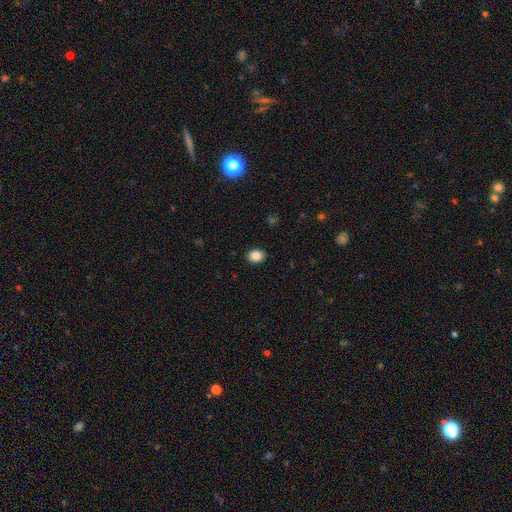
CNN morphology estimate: Smooth or featured? smooth (87%)
How rounded? round (50%)
Merging? none (91%)